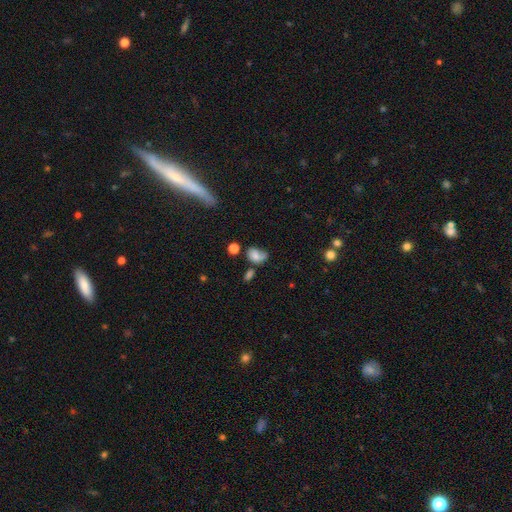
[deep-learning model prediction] smooth_or_featured: smooth (p=0.62) [alt: featured or disk p=0.26]
how_rounded: in between (p=0.70) [alt: round p=0.28]
merging: none (p=0.35) [alt: minor disturbance p=0.30]